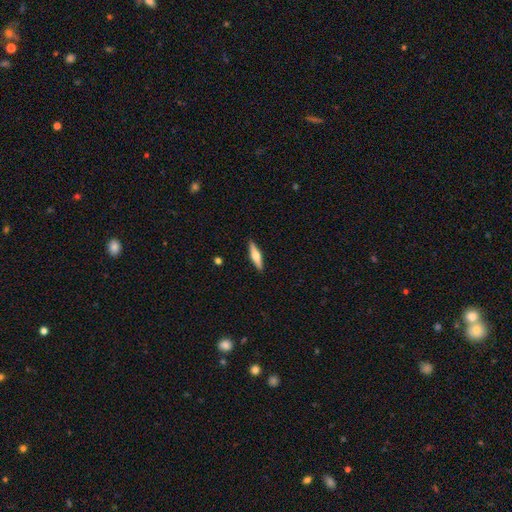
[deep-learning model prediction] Smooth or featured: smooth — 49% (featured or disk — 45%)
Merging: none — 90% (minor disturbance — 8%)